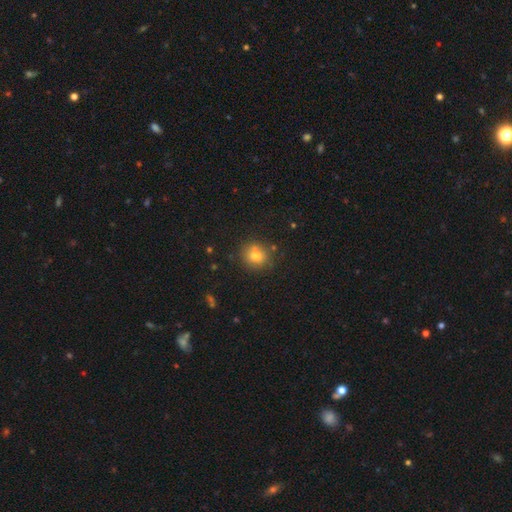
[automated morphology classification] Smooth or featured? smooth (77%)
How rounded? round (86%)
Merging? none (80%)